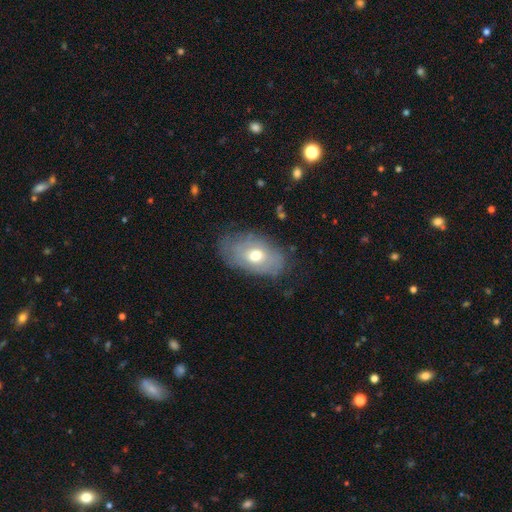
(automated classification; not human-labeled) Smooth or featured? Predicted: smooth (p=0.54). How rounded? Predicted: in between (p=0.89). Merging? Predicted: none (p=0.68).